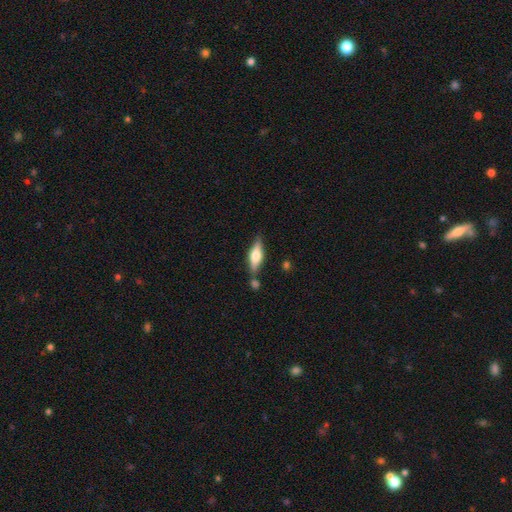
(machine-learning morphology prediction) smooth_or_featured: featured or disk (p=0.48) [alt: smooth p=0.46]
merging: none (p=0.71) [alt: minor disturbance p=0.14]